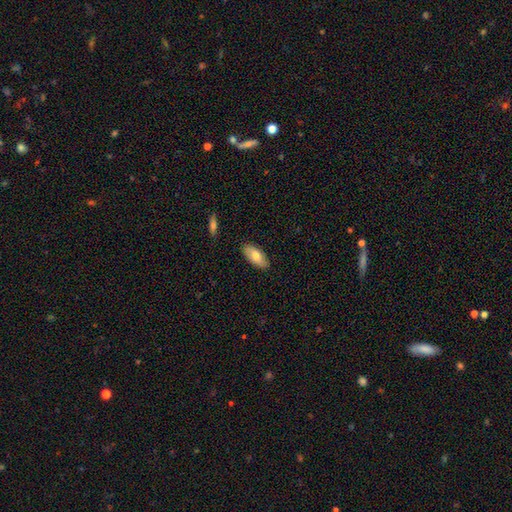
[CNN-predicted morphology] smooth_or_featured: smooth (p=0.71) [alt: featured or disk p=0.23]
how_rounded: in between (p=0.90) [alt: cigar-shaped p=0.08]
merging: none (p=0.86) [alt: minor disturbance p=0.11]